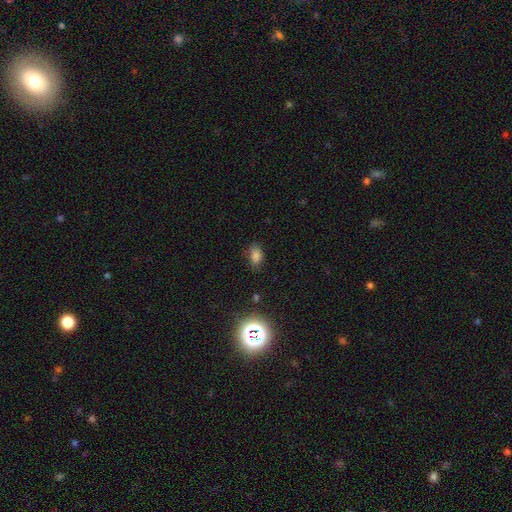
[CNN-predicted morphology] Overall: smooth (77%). How rounded: in between (87%). Merging: none (73%).